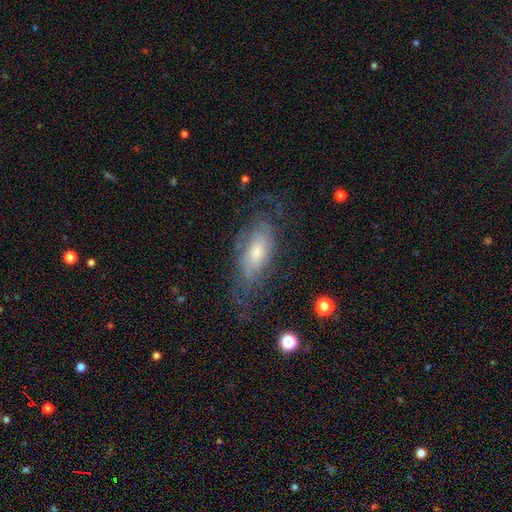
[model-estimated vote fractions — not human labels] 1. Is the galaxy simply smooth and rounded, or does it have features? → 64% featured or disk, 27% smooth, 9% star or artifact.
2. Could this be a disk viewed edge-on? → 83% no, 17% yes.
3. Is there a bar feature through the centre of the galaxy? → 69% no, 26% weak, 5% strong.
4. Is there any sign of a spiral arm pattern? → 79% yes, 21% no.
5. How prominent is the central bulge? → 50% moderate, 36% small, 9% large, 4% none, 1% dominant.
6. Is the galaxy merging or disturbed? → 62% none, 22% minor disturbance, 14% major disturbance, 2% merger.